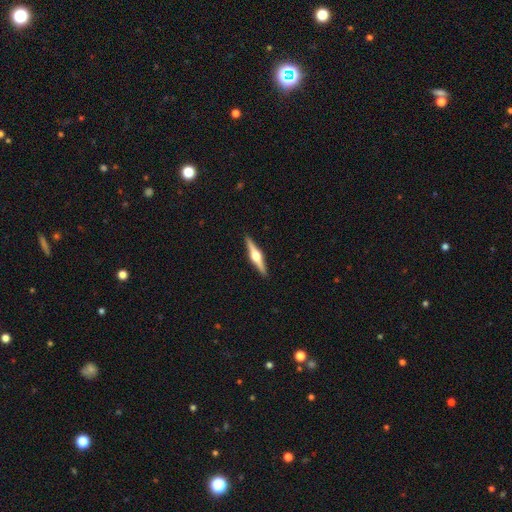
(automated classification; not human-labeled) This is likely a featured or disk galaxy (78%). It is clearly viewed edge-on (98%). Edge-on bulge: clearly rounded (95%). Merging: clearly none (92%).